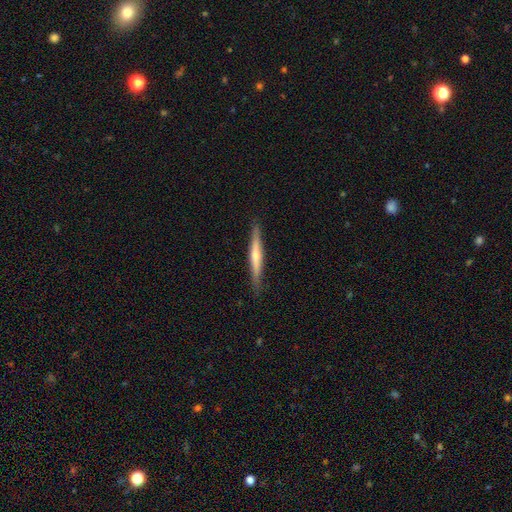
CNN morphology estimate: A featured or disk galaxy (53%) viewed edge-on (97%) with a rounded central bulge (59%). Merging: none (89%).